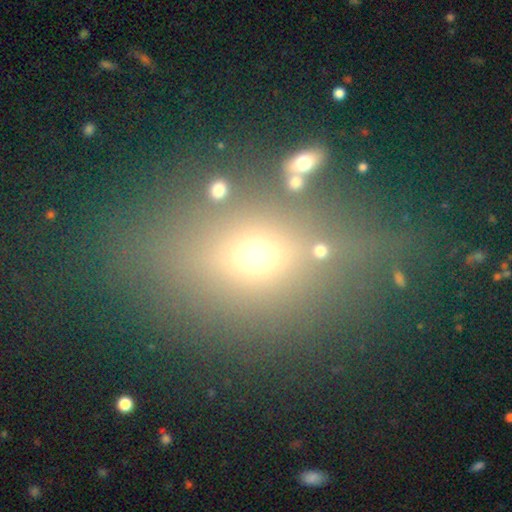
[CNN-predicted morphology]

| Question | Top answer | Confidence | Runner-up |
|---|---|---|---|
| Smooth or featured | smooth | 60% | star or artifact (23%) |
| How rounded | in between | 61% | round (32%) |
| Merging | none | 65% | minor disturbance (15%) |